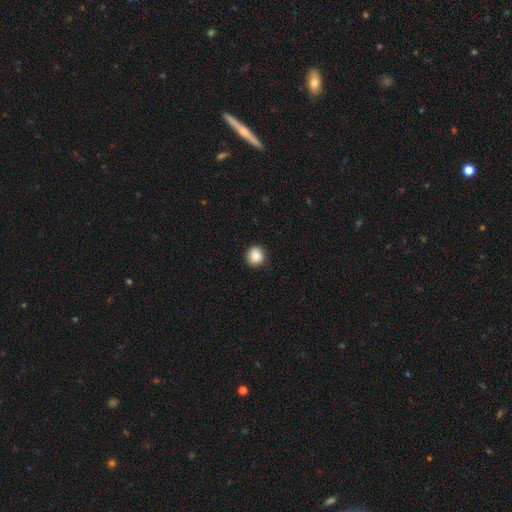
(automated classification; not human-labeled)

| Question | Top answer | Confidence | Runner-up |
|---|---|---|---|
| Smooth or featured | smooth | 88% | star or artifact (9%) |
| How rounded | round | 90% | in between (9%) |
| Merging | none | 88% | minor disturbance (9%) |